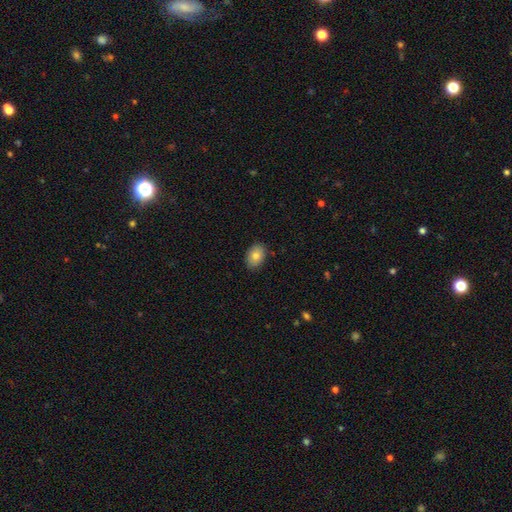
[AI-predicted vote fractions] Smooth or featured: smooth — 82% (featured or disk — 11%)
How rounded: in between — 80% (round — 19%)
Merging: none — 88% (minor disturbance — 9%)